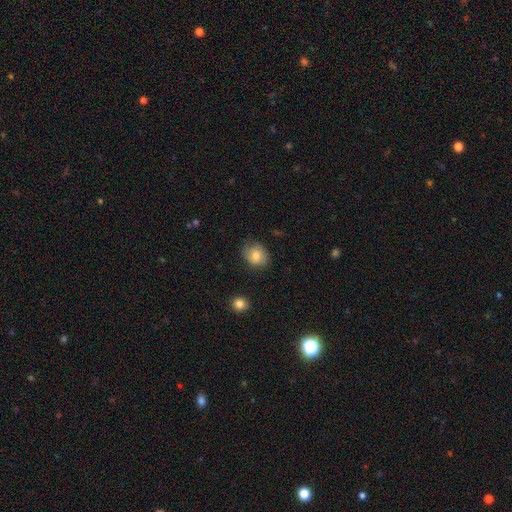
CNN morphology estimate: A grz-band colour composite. It shows a smooth galaxy with no disk features (76%) that is round (59%). Merging: none (71%).